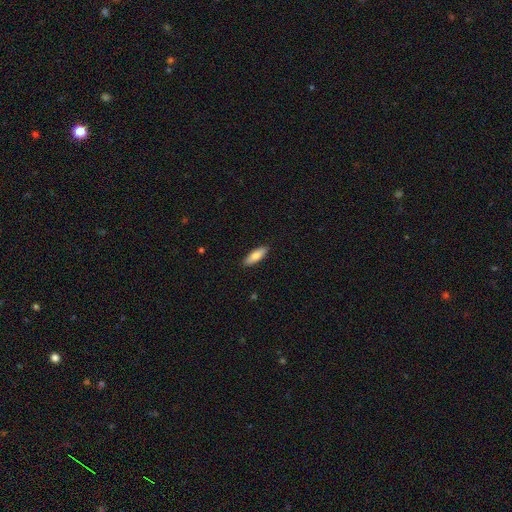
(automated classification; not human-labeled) Morphology: type=smooth (79%); roundness=in between (60%); merging=none (89%).